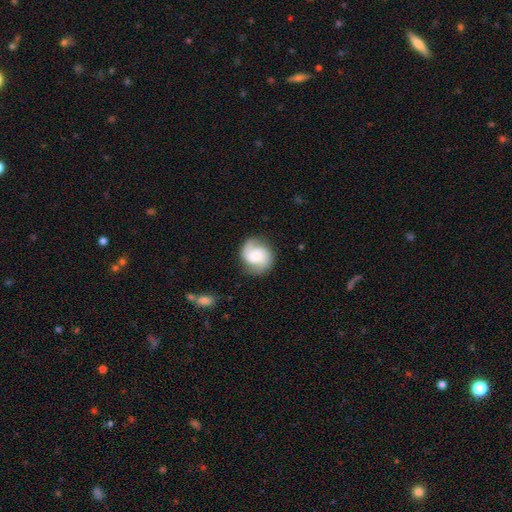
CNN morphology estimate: Smooth or featured: featured or disk — 63% (smooth — 29%)
Edge-on disk: no — 98% (yes — 2%)
Bar: no — 59% (weak — 34%)
Spiral arms: yes — 94% (no — 6%)
Spiral winding: medium — 47% (tight — 28%)
Spiral arm count: 2 — 84% (can't tell — 6%)
Bulge size: moderate — 40% (small — 38%)
Merging: none — 77% (minor disturbance — 16%)